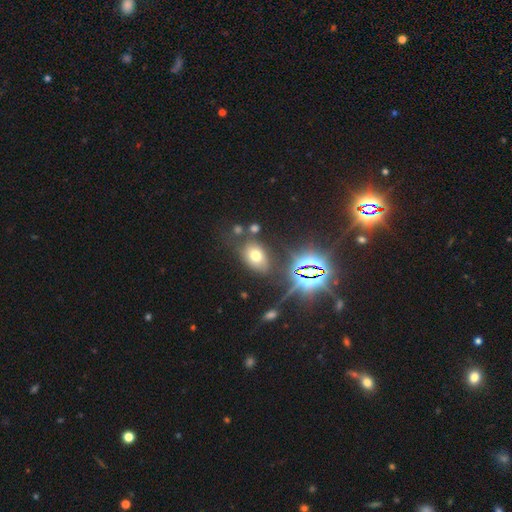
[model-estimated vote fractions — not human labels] Morphology: type=smooth (63%); roundness=in between (79%); merging=none (72%).